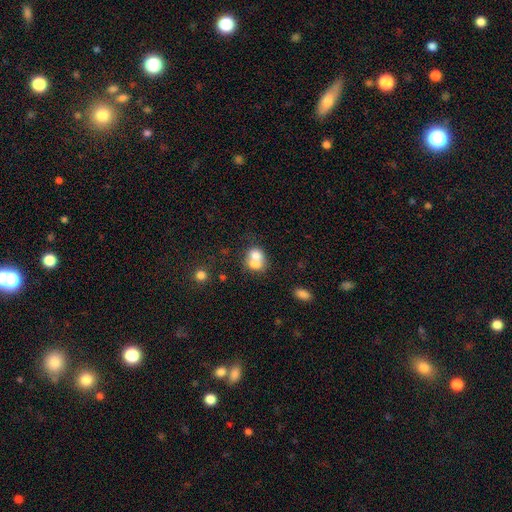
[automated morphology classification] The model was most divided on "how rounded": round: 58%, in between: 41%, cigar-shaped: 1%. More confident: merging — merger (68%); smooth or featured — smooth (68%).